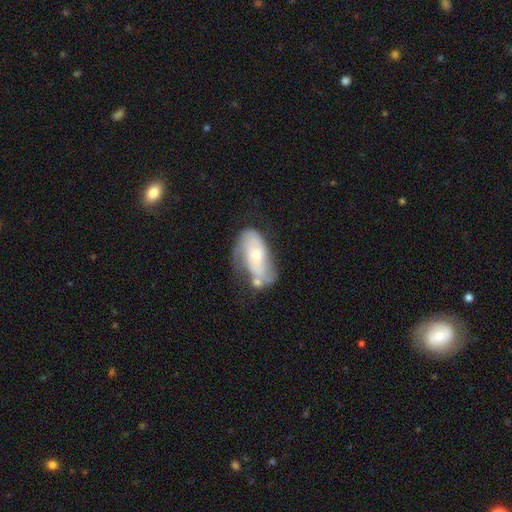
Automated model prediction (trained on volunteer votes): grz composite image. It shows a featured or disk galaxy (59%) with no bar (67%), spiral arms (73%) and a small central bulge (56%). Merging: none (40%).